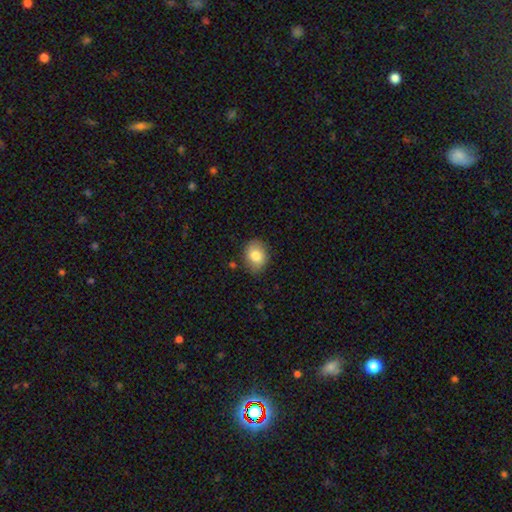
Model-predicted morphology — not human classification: smooth-or-featured: smooth: 82% | featured or disk: 11% | star or artifact: 8%
  how-rounded: in between: 60% | round: 40% | cigar-shaped: 1%
  merging: none: 83% | minor disturbance: 13% | major disturbance: 3% | merger: 2%